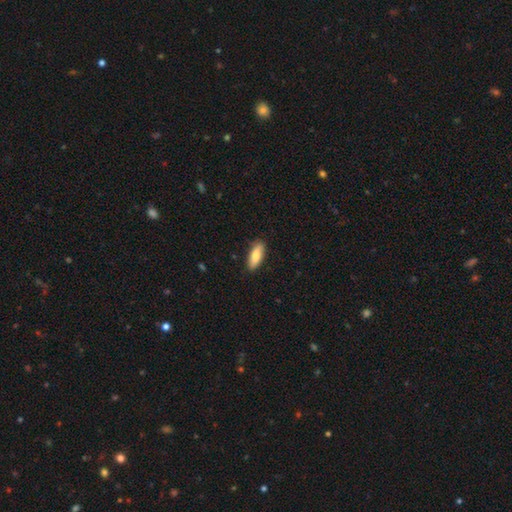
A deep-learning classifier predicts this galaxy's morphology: smooth-or-featured: smooth: 81% | featured or disk: 13% | star or artifact: 6%
  how-rounded: in between: 65% | cigar-shaped: 33% | round: 2%
  merging: none: 87% | minor disturbance: 10% | major disturbance: 2% | merger: 1%